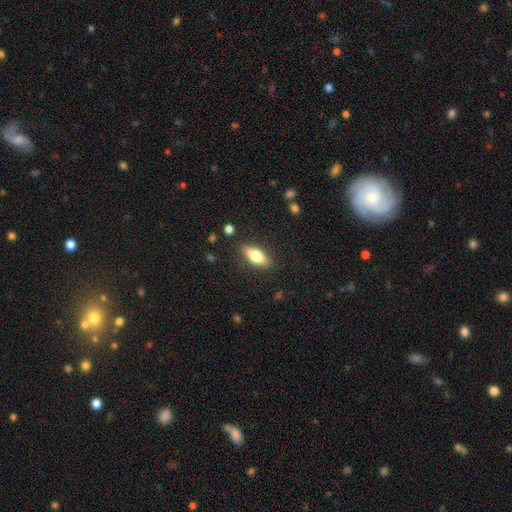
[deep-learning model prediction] smooth_or_featured: smooth (p=0.72) [alt: featured or disk p=0.22]
how_rounded: in between (p=0.76) [alt: cigar-shaped p=0.21]
merging: none (p=0.86) [alt: minor disturbance p=0.10]